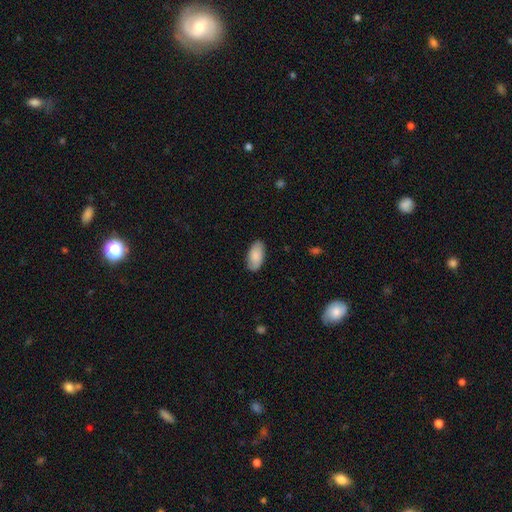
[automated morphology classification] A smooth galaxy with no disk features (83%) that is in between round and cigar-shaped (95%).

Vote fractions:
- Smooth or featured? smooth: 83% / featured or disk: 12% / star or artifact: 6%
- How rounded? in between: 95% / cigar-shaped: 3% / round: 2%
- Merging? none: 85% / minor disturbance: 12% / major disturbance: 2% / merger: 1%